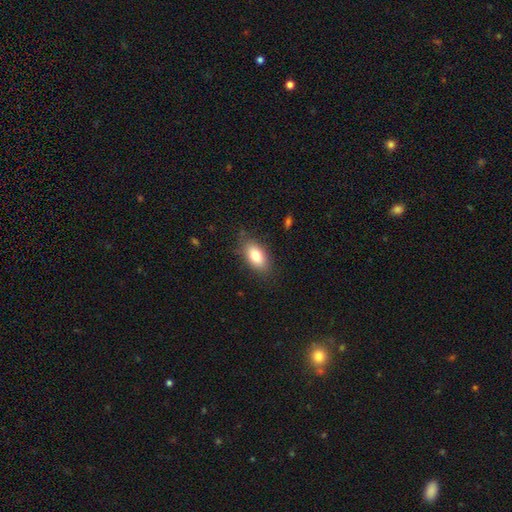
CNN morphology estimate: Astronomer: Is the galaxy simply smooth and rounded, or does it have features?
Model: smooth — 81%.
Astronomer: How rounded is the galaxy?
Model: in between — 90%.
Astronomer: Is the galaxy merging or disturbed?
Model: none — 82%.